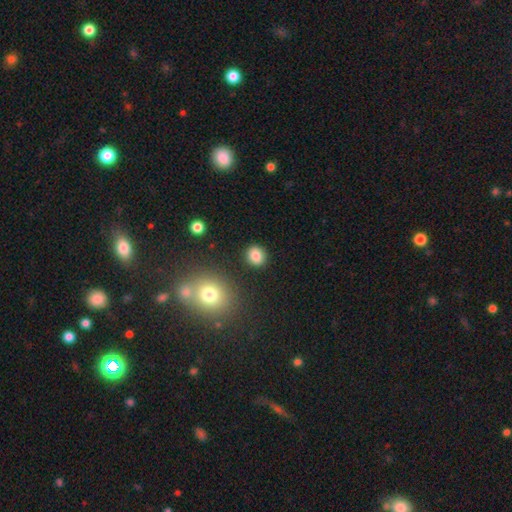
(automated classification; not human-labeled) Smooth or featured?
  - smooth: 83% *
  - star or artifact: 11%
  - featured or disk: 6%
How rounded?
  - round: 76% *
  - in between: 23%
  - cigar-shaped: 1%
Merging?
  - none: 89% *
  - minor disturbance: 7%
  - major disturbance: 2%
  - merger: 2%